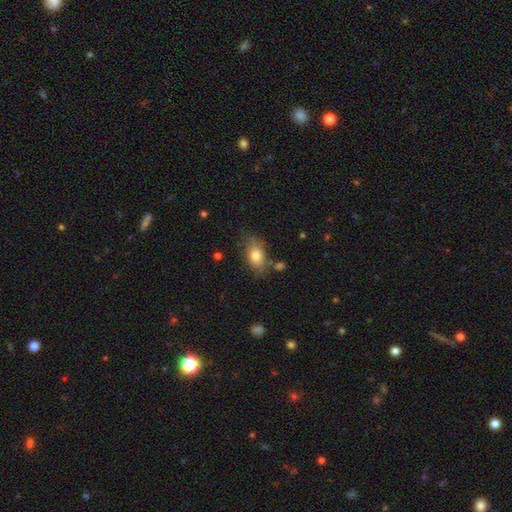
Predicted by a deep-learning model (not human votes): Q: Smooth or featured?
A: smooth (78%); runner-up: featured or disk (14%)
Q: How rounded?
A: in between (85%); runner-up: round (11%)
Q: Merging?
A: none (68%); runner-up: minor disturbance (20%)